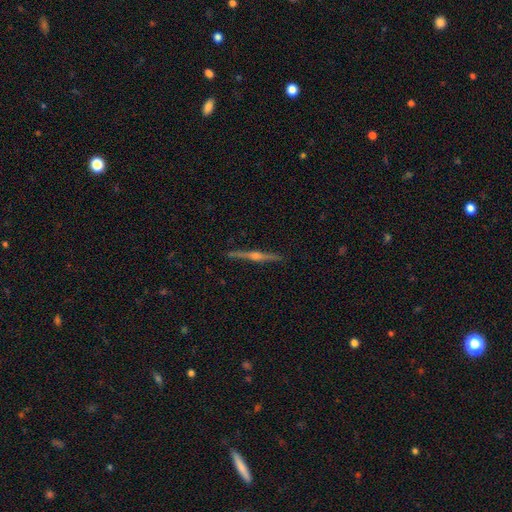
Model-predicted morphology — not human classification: Q: Smooth or featured?
A: featured or disk (84%); runner-up: smooth (11%)
Q: Edge-on disk?
A: yes (99%); runner-up: no (1%)
Q: Edge-on bulge?
A: rounded (92%); runner-up: boxy (4%)
Q: Merging?
A: none (92%); runner-up: minor disturbance (6%)